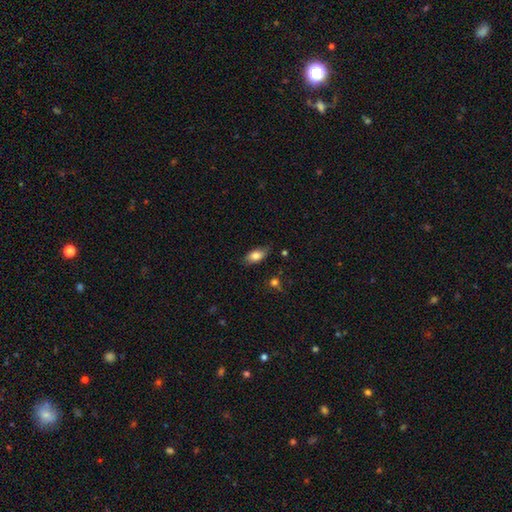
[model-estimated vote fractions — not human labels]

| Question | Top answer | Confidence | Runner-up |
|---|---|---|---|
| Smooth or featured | smooth | 81% | featured or disk (11%) |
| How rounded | in between | 88% | cigar-shaped (7%) |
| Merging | none | 77% | minor disturbance (17%) |